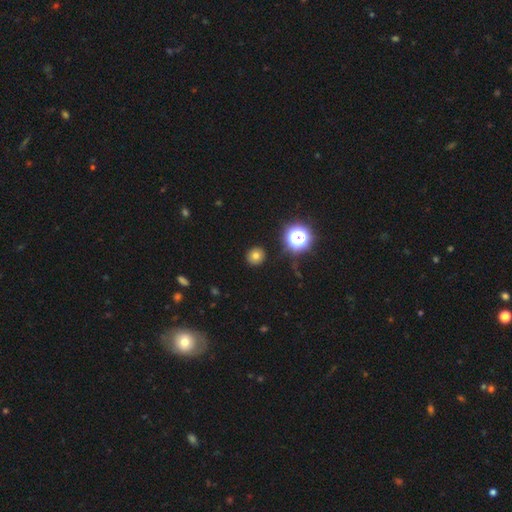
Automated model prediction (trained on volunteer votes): Q: Smooth or featured?
A: smooth (71%); runner-up: star or artifact (19%)
Q: How rounded?
A: round (88%); runner-up: in between (11%)
Q: Merging?
A: none (90%); runner-up: minor disturbance (7%)